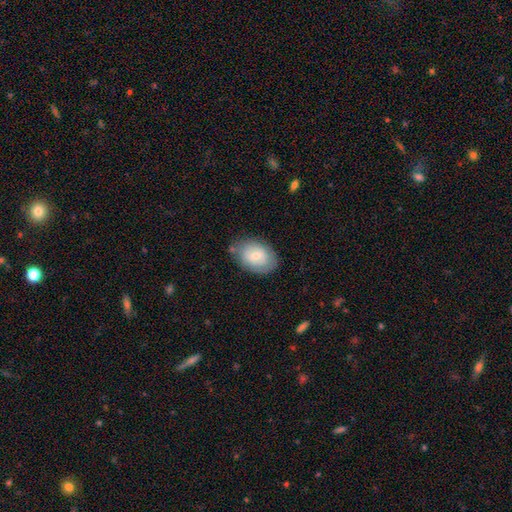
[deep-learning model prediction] A smooth galaxy with no disk features (62%) that is in between round and cigar-shaped (77%). Merging: none (73%).